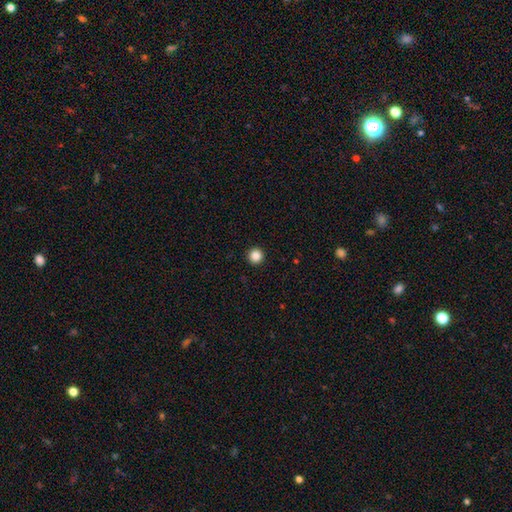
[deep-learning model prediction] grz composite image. It shows a smooth galaxy with no disk features (86%) that is round (96%). Merging: none (94%).